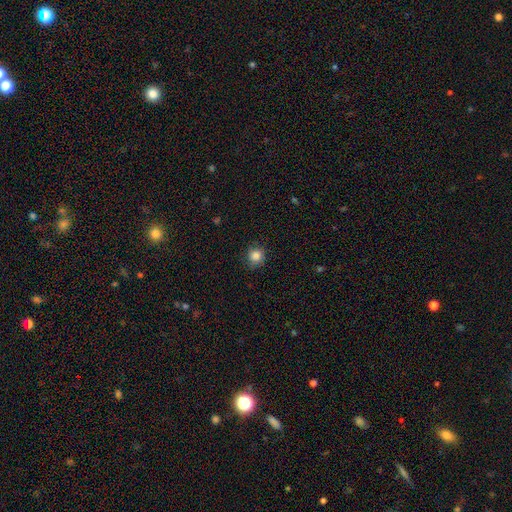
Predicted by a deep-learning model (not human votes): smooth 86%, star or artifact 10%, featured or disk 4%. Down the decision tree: how rounded — round (90%); merging — none (84%).